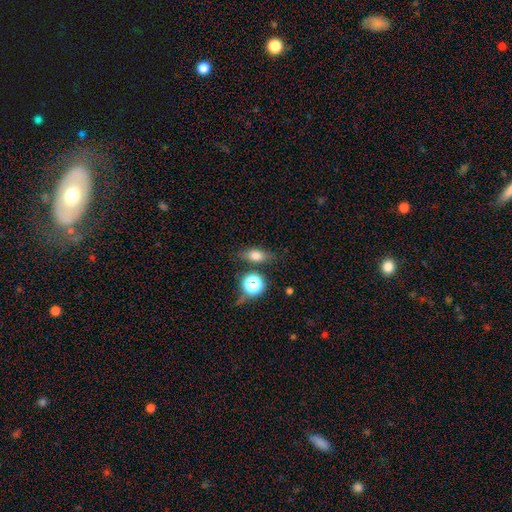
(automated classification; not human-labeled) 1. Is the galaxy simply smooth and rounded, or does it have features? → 66% smooth, 19% featured or disk, 15% star or artifact.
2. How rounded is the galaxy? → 64% in between, 19% round, 17% cigar-shaped.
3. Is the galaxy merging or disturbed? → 74% none, 15% minor disturbance, 6% merger, 5% major disturbance.